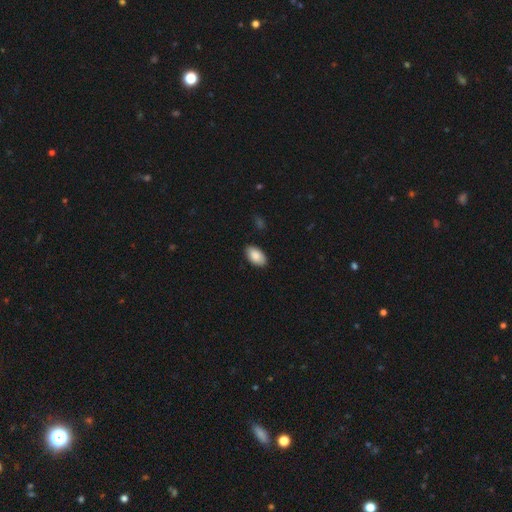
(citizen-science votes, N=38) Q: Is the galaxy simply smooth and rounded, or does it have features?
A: smooth — 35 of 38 (92%).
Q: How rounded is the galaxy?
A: in between — 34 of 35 (97%).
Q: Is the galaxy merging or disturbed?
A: none — 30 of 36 (83%).